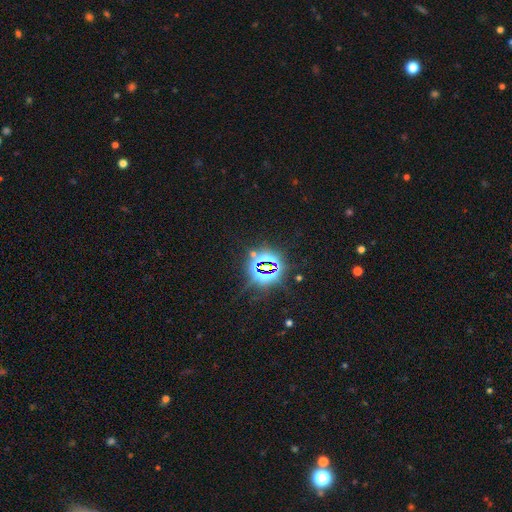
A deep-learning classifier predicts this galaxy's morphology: smooth-or-featured: star or artifact: 83% | smooth: 9% | featured or disk: 7%